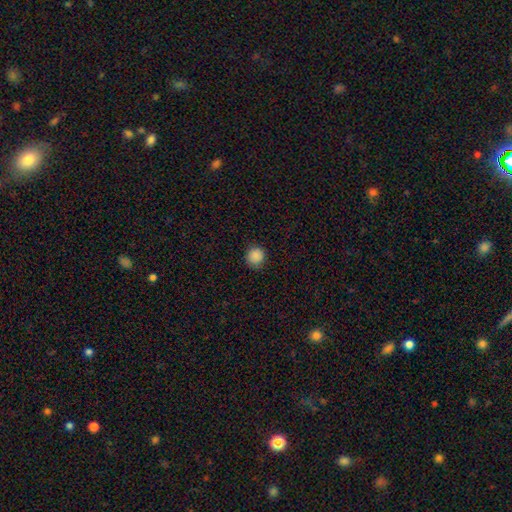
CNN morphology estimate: type=smooth (88%); roundness=round (91%); merging=none (88%).